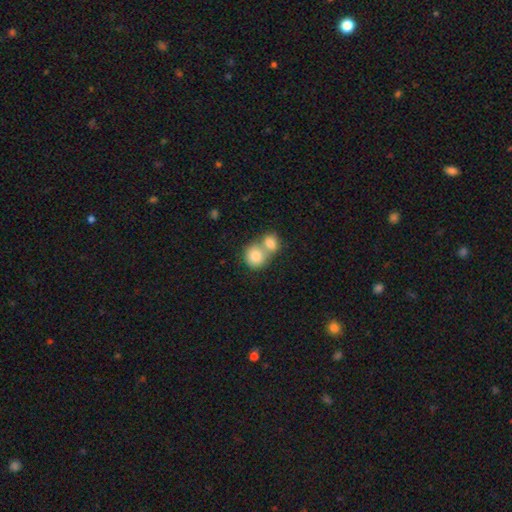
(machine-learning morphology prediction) smooth 82%, featured or disk 10%, star or artifact 8%. Down the decision tree: how rounded — round (81%); merging — merger (63%).